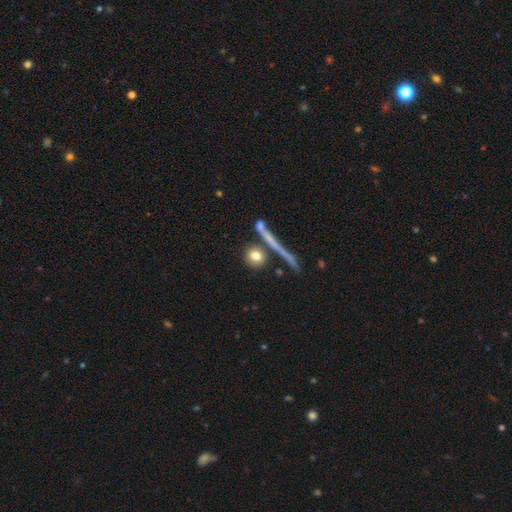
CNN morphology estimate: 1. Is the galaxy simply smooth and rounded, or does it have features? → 75% smooth, 15% featured or disk, 10% star or artifact.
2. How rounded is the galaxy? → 79% round, 12% in between, 9% cigar-shaped.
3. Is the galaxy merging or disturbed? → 77% none, 11% merger, 9% minor disturbance, 4% major disturbance.